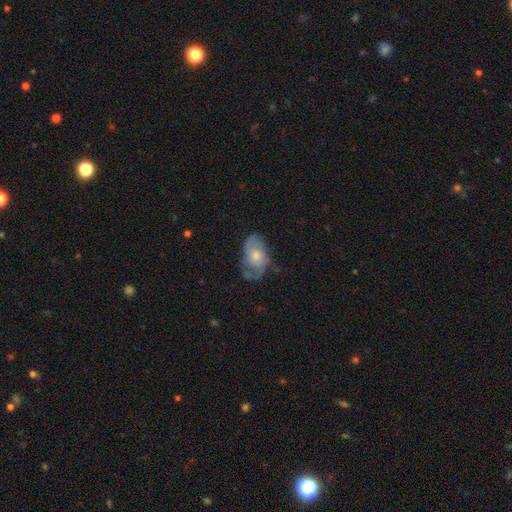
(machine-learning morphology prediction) featured or disk 56%, smooth 38%, star or artifact 7%. Down the decision tree: edge-on disk — no (94%); bar — no (80%); spiral arms — yes (73%); bulge size — moderate (57%); merging — none (50%).